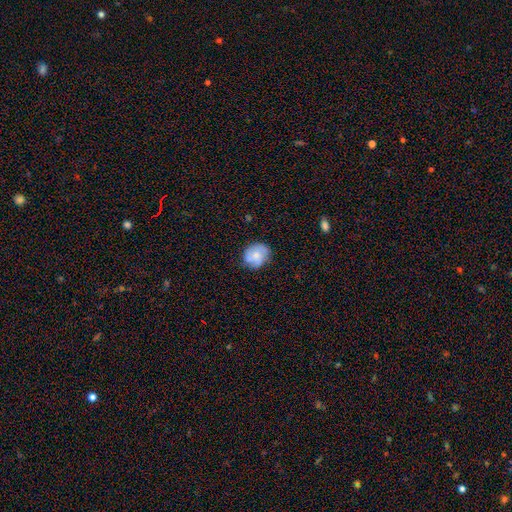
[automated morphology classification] smooth 55%, featured or disk 37%, star or artifact 7%. Down the decision tree: how rounded — round (73%); merging — none (70%).